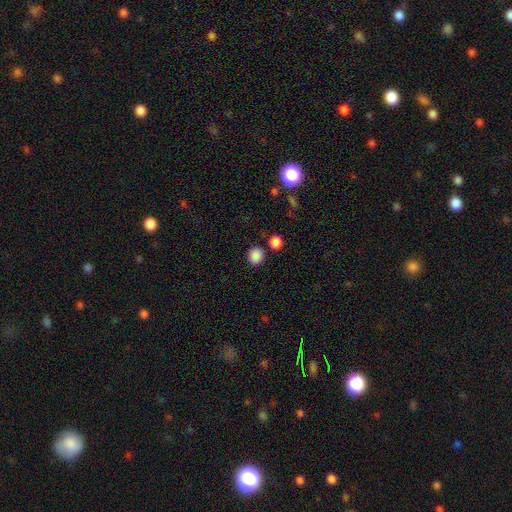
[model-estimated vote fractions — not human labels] Smooth or featured: smooth — 87% (star or artifact — 10%)
How rounded: round — 80% (in between — 19%)
Merging: none — 84% (minor disturbance — 8%)